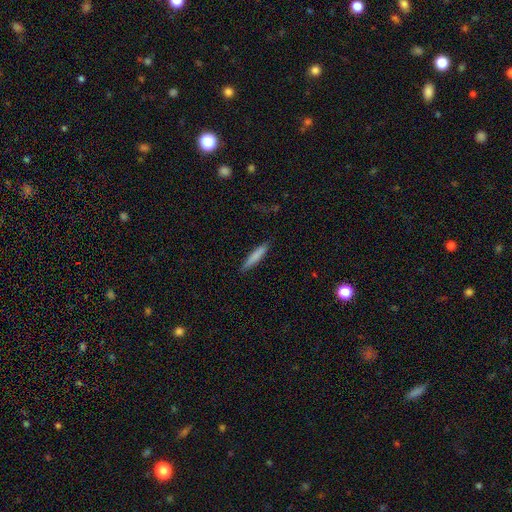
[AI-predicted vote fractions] Overall: smooth (78%). How rounded: cigar-shaped (91%). Merging: none (85%).